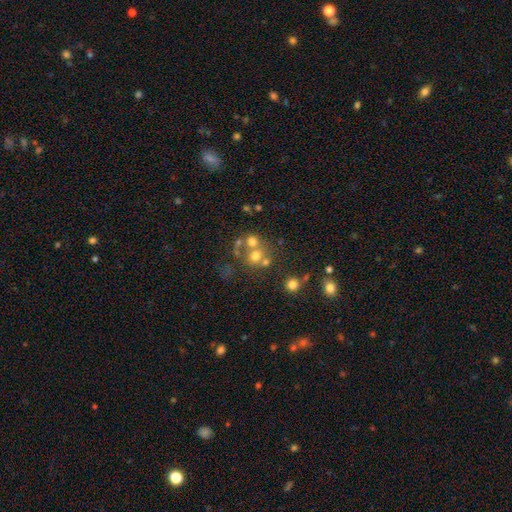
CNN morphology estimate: Smooth or featured? smooth (62%)
How rounded? round (83%)
Merging? none (48%)